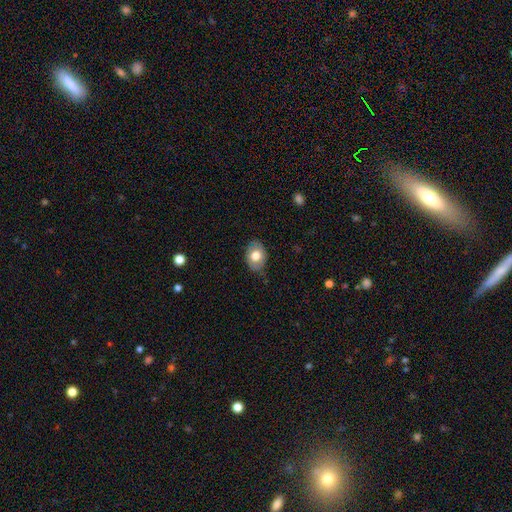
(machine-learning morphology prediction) Smooth or featured? smooth (70%)
How rounded? in between (76%)
Merging? none (80%)